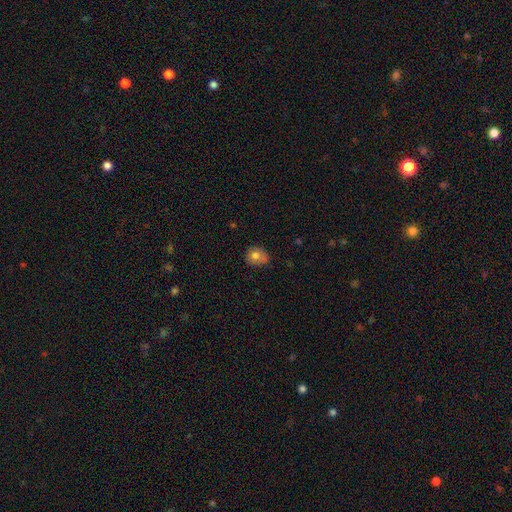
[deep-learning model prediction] Morphology: type=smooth (76%); roundness=round (67%); merging=none (62%).